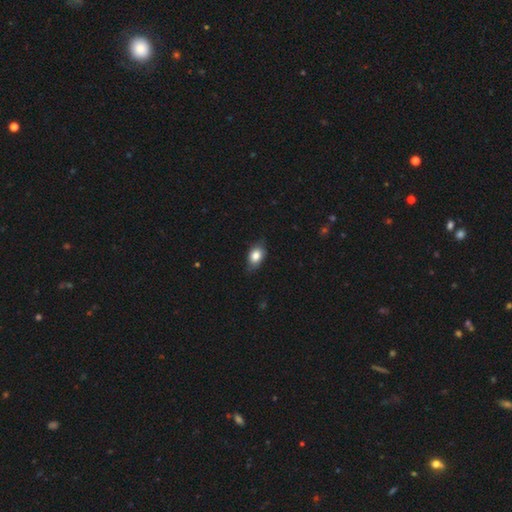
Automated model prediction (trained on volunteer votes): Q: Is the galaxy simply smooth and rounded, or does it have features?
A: smooth — 81%.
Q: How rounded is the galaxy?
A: in between — 82%.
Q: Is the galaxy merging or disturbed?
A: none — 72%.